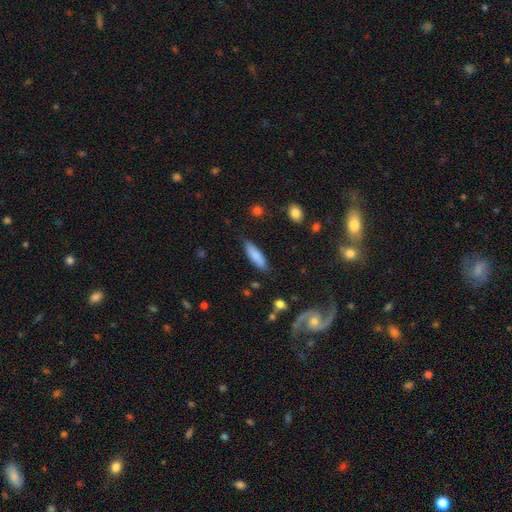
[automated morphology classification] Smooth or featured? smooth (82%)
How rounded? cigar-shaped (55%)
Merging? none (81%)